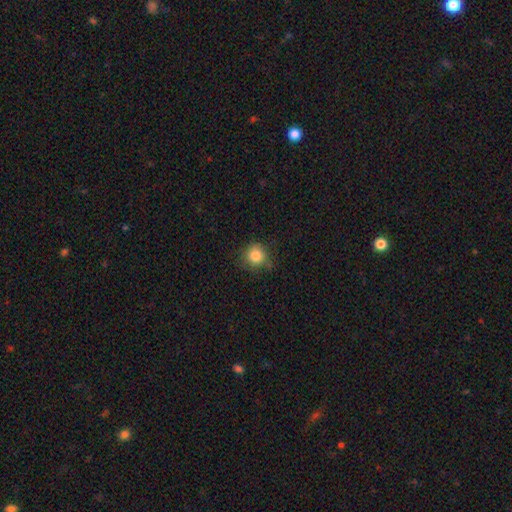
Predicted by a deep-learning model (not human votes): Morphology: type=smooth (84%); roundness=round (91%); merging=none (77%).